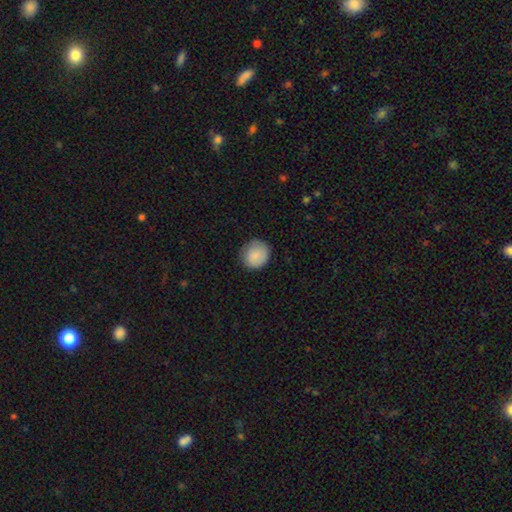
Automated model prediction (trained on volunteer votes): This is clearly a smooth galaxy (86%). How rounded: clearly round (81%). Merging: likely none (80%).